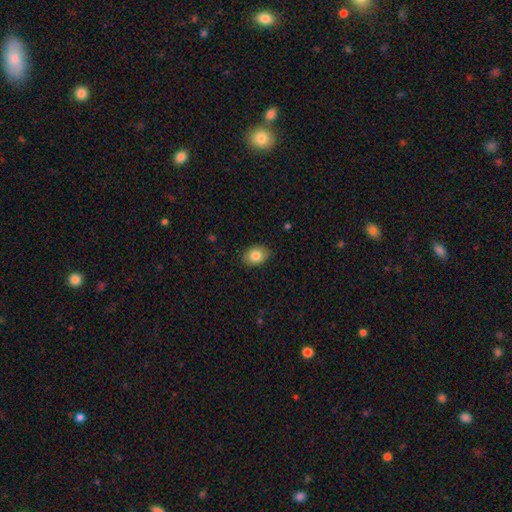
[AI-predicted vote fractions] Q: Smooth or featured?
A: smooth (83%); runner-up: featured or disk (9%)
Q: How rounded?
A: in between (68%); runner-up: round (31%)
Q: Merging?
A: none (87%); runner-up: minor disturbance (10%)